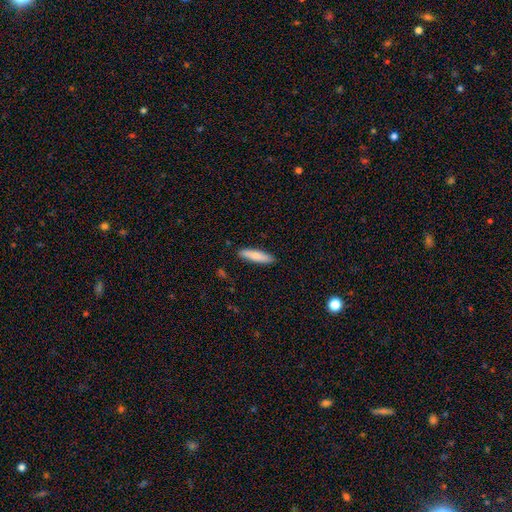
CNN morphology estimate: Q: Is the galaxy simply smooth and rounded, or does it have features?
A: smooth — 77%.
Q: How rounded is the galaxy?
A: cigar-shaped — 76%.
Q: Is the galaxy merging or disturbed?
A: none — 88%.